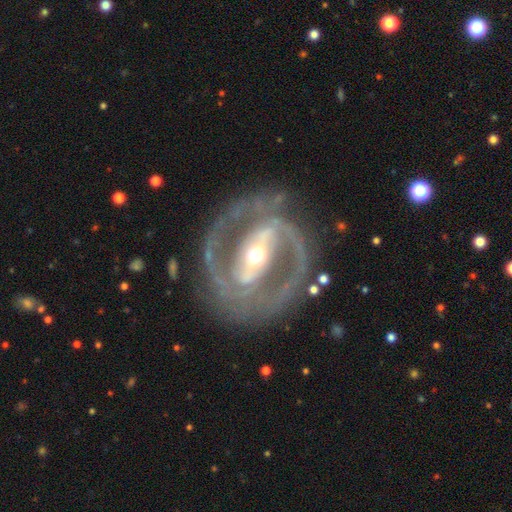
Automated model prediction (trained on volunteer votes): Smooth or featured? Predicted: featured or disk (p=0.91). Edge-on disk? Predicted: no (p=0.96). Bar? Predicted: strong (p=0.66). Spiral arms? Predicted: yes (p=0.95). Spiral winding? Predicted: medium (p=0.48). Spiral arm count? Predicted: 2 (p=0.88). Bulge size? Predicted: moderate (p=0.60). Merging? Predicted: none (p=0.77).